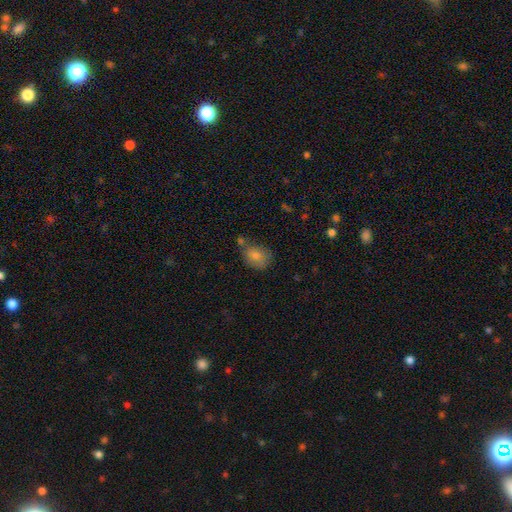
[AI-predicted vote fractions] This appears to be a smooth galaxy with no disk features (80%) that is in between round and cigar-shaped (56%). Merging: none (50%).